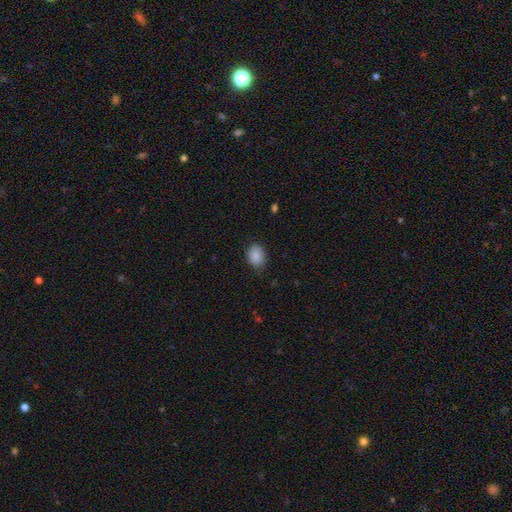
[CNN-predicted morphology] Q: Smooth or featured?
A: smooth (88%); runner-up: star or artifact (7%)
Q: How rounded?
A: in between (64%); runner-up: round (35%)
Q: Merging?
A: none (76%); runner-up: minor disturbance (20%)